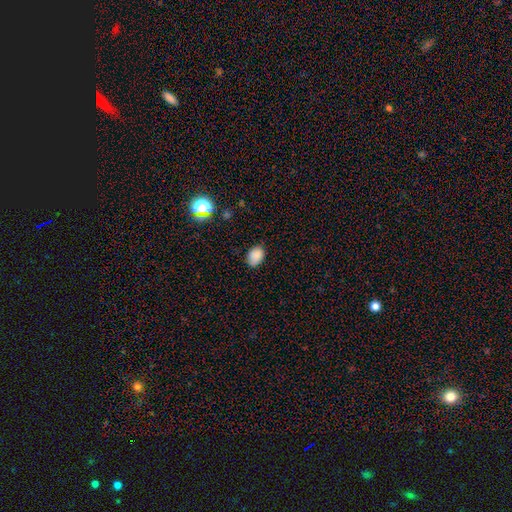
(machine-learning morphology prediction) Smooth or featured? smooth (85%)
How rounded? in between (77%)
Merging? none (76%)